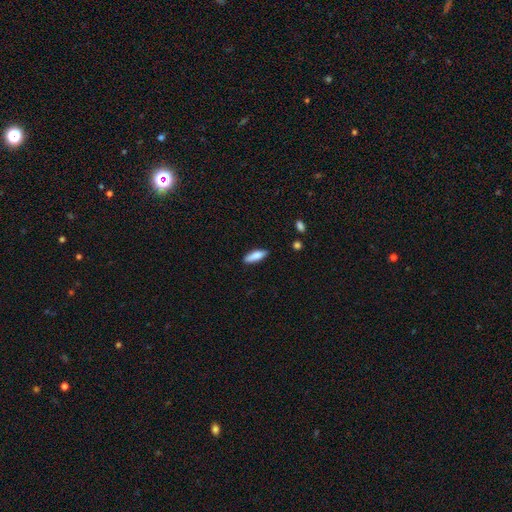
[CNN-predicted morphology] The model was most divided on "how rounded": in between: 53%, cigar-shaped: 46%, round: 2%. More confident: merging — none (85%); smooth or featured — smooth (85%).